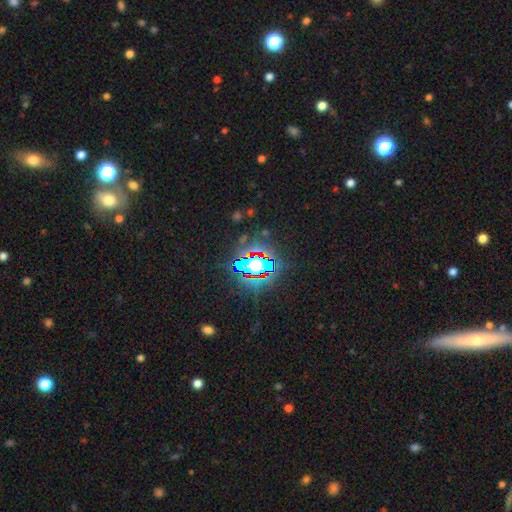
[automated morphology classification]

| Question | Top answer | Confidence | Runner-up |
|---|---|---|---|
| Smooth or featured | star or artifact | 82% | smooth (10%) |